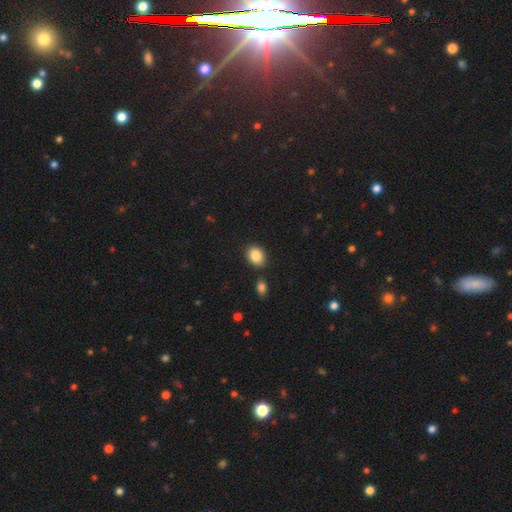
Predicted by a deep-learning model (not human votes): This is clearly a smooth galaxy (87%). How rounded: likely in between (64%). Merging: clearly none (83%).